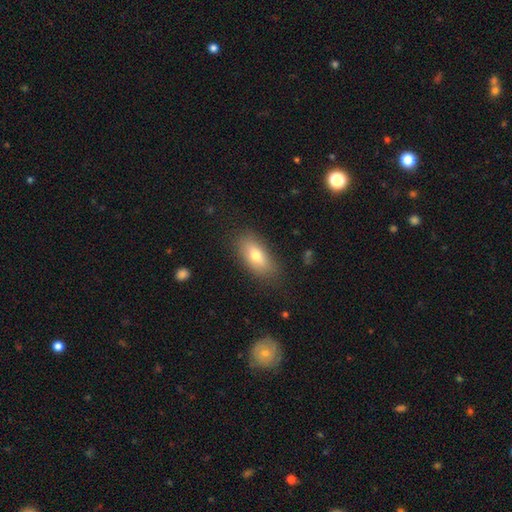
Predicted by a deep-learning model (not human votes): Smooth or featured? Predicted: smooth (p=0.72). How rounded? Predicted: in between (p=0.82). Merging? Predicted: none (p=0.82).